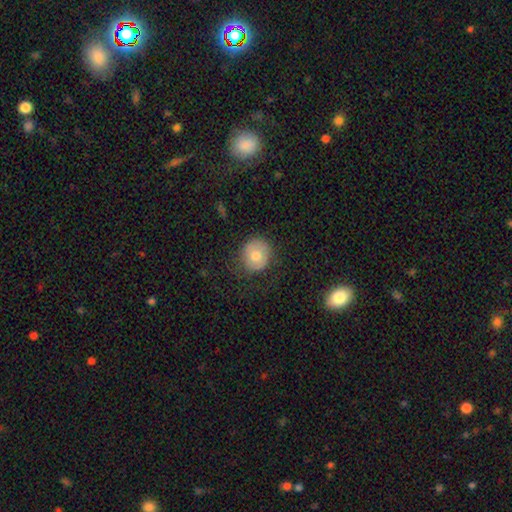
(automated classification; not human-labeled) smooth 69%, featured or disk 23%, star or artifact 8%. Down the decision tree: how rounded — round (84%); merging — none (75%).